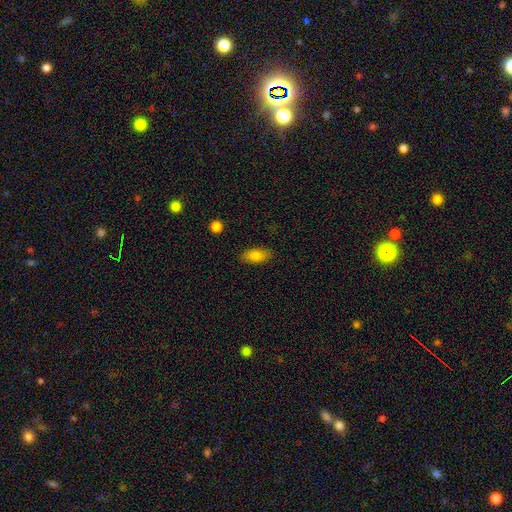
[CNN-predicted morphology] Overall: smooth (84%). How rounded: in between (89%). Merging: none (85%).